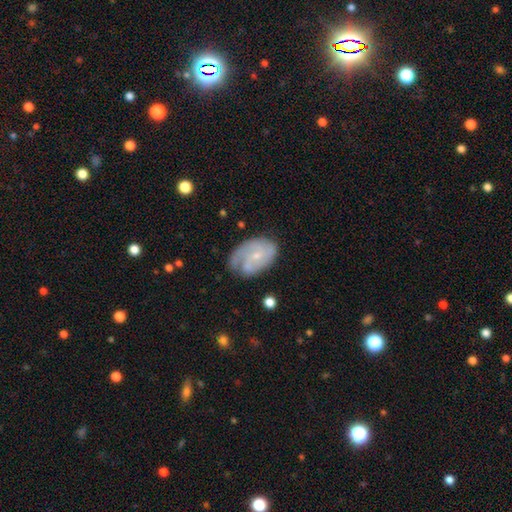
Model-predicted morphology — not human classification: This is likely a featured or disk galaxy (73%). It is clearly not viewed edge-on (97%). Bar: likely no (63%). Spiral arm pattern: clearly yes (89%). Spiral arm count: marginally 2 (38%). Spiral winding: marginally tight (44%). Central bulge: likely small (73%). Merging: possibly none (58%).